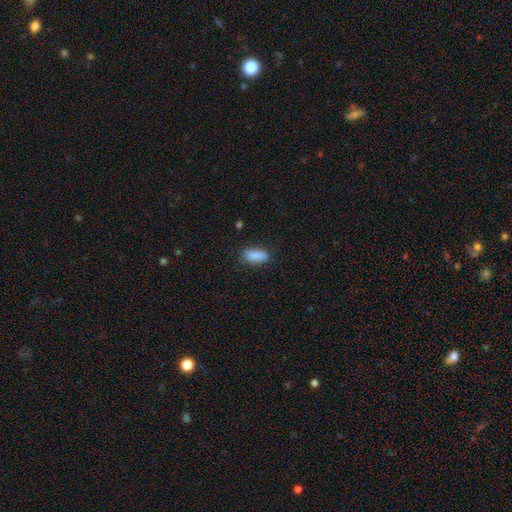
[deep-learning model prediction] Overall: smooth (87%). How rounded: in between (74%). Merging: none (78%).